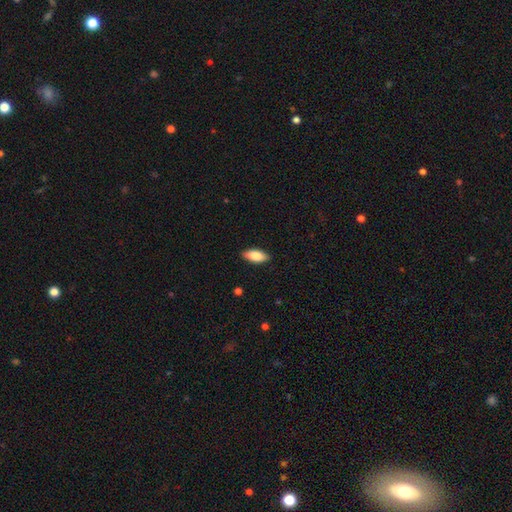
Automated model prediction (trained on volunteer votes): Q: Smooth or featured?
A: smooth (83%); runner-up: featured or disk (11%)
Q: How rounded?
A: in between (86%); runner-up: cigar-shaped (12%)
Q: Merging?
A: none (89%); runner-up: minor disturbance (9%)